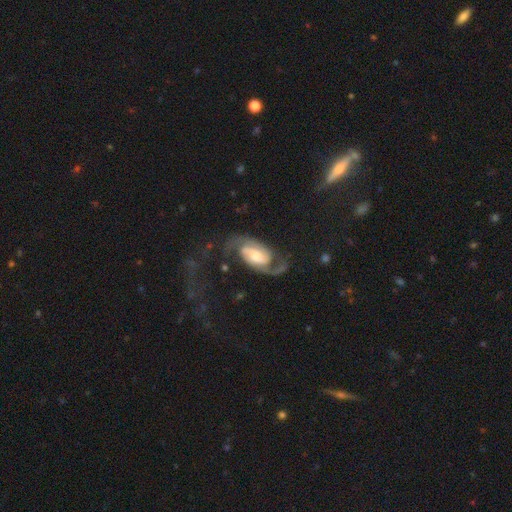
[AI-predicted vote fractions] Overall: featured or disk (87%). Edge-on disk: no (97%). Bar: no (43%; weak 39%). Spiral arms: yes (97%). Spiral arm count: 2 (92%). Spiral winding: medium (48%; loose 33%). Bulge size: moderate (47%; small 30%). Merging: none (65%).